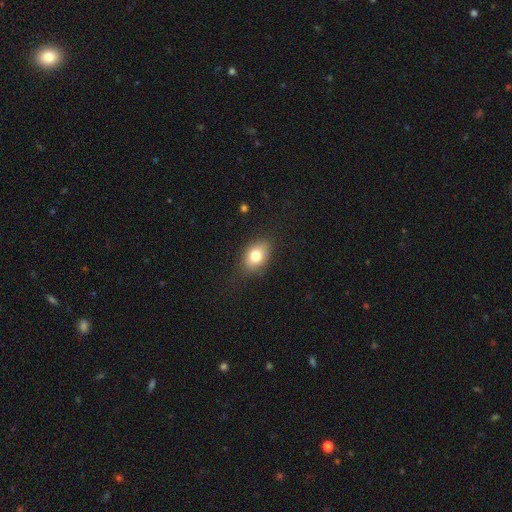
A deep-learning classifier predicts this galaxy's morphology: type=smooth (78%); roundness=in between (77%); merging=none (80%).